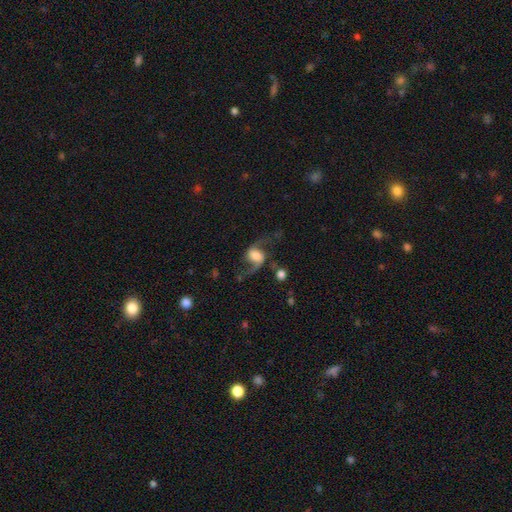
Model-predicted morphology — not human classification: This appears to be a featured or disk galaxy (79%) with no bar (47%), 2 (92%) loose (80%) spiral arms (96%) and a large central bulge (38%). Merging: none (62%).